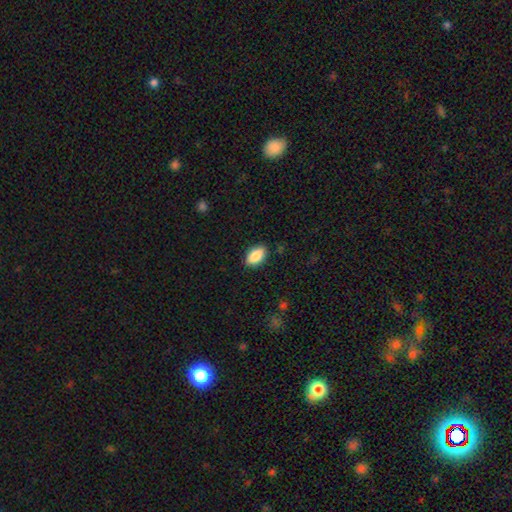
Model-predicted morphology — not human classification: smooth_or_featured: smooth (p=0.86) [alt: star or artifact p=0.07]
how_rounded: in between (p=0.92) [alt: round p=0.05]
merging: none (p=0.87) [alt: minor disturbance p=0.10]